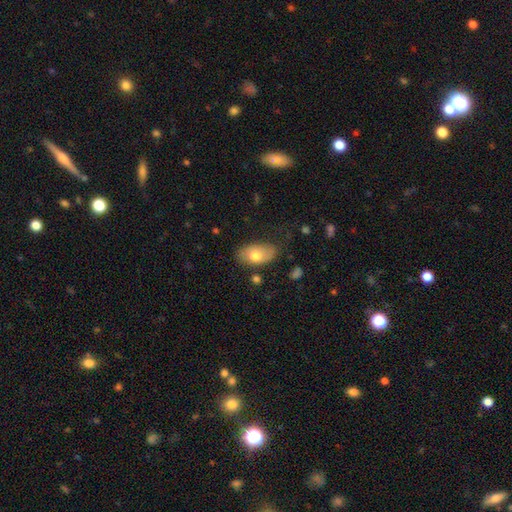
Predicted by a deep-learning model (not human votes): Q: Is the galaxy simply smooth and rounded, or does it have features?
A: smooth — 73%.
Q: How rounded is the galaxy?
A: in between — 92%.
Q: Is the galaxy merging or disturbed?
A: none — 70%.